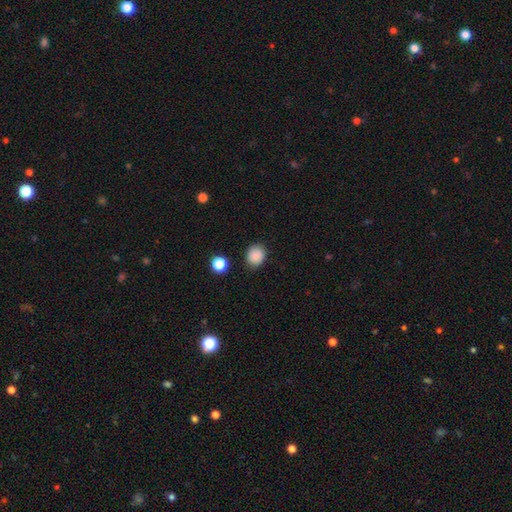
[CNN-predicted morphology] type=smooth (86%); roundness=round (70%); merging=none (85%).